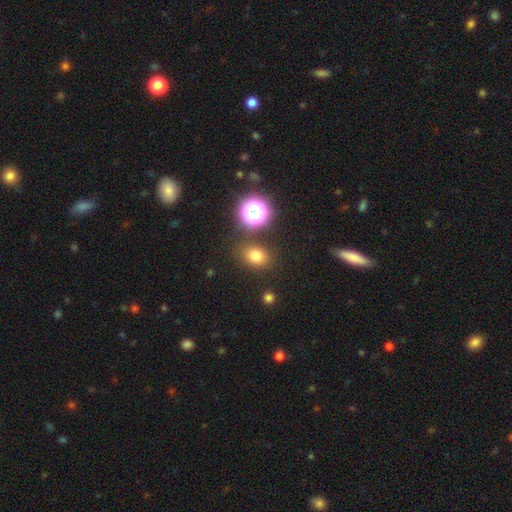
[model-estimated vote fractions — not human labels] smooth 74%, star or artifact 17%, featured or disk 8%. Down the decision tree: how rounded — in between (51%); merging — none (82%).